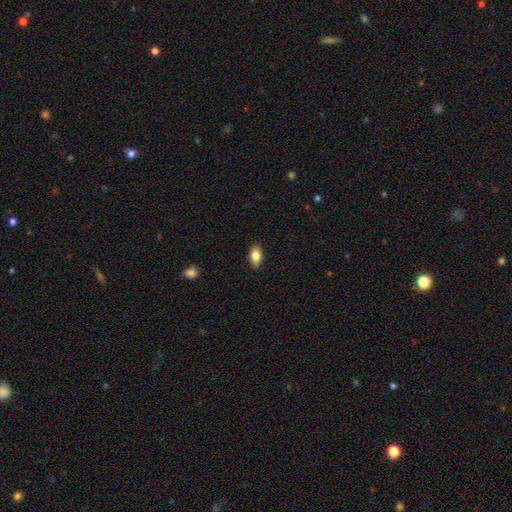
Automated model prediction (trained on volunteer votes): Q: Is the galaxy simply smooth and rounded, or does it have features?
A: smooth — 83%.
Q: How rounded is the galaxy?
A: in between — 91%.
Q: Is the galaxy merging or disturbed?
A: none — 88%.